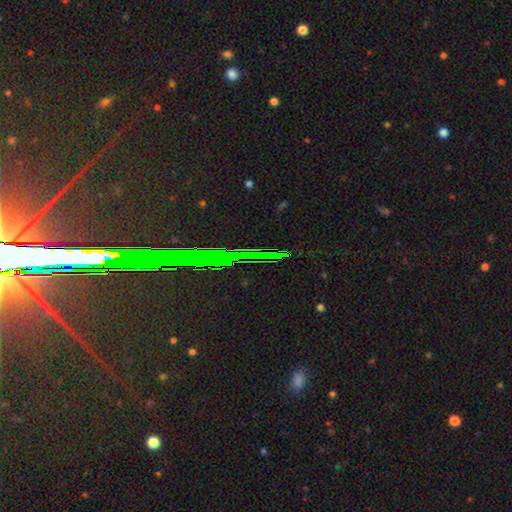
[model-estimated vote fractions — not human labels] star or artifact 75%, featured or disk 13%, smooth 12%.